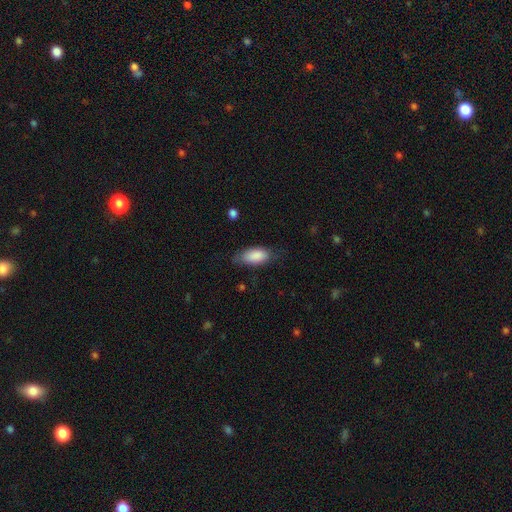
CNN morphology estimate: A smooth galaxy with no disk features (86%) that is in between round and cigar-shaped (88%).

Vote fractions:
- Smooth or featured? smooth: 86% / featured or disk: 8% / star or artifact: 6%
- How rounded? in between: 88% / cigar-shaped: 10% / round: 2%
- Merging? none: 71% / minor disturbance: 22% / major disturbance: 6% / merger: 1%